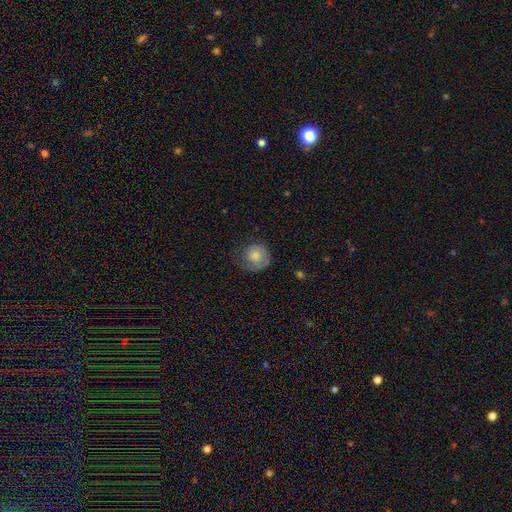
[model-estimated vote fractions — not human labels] This is likely a smooth galaxy (75%). How rounded: clearly round (85%). Merging: possibly none (49%).